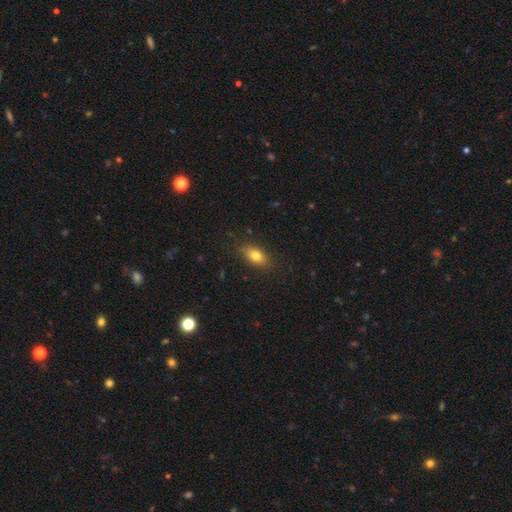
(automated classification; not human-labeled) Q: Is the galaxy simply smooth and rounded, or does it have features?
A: smooth — 77%.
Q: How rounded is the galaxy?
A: in between — 81%.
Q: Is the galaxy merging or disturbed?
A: none — 83%.